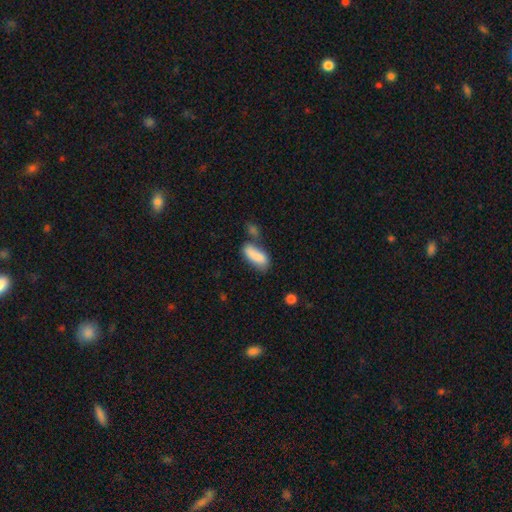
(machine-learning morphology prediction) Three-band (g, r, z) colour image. It shows a smooth galaxy with no disk features (83%) that is in between round and cigar-shaped (80%). Merging: none (44%).